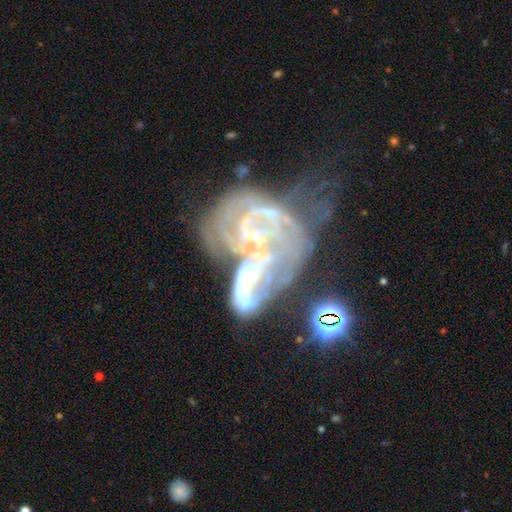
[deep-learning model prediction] A featured or disk galaxy (73%) with no bar (62%), spiral arms (64%) and a small central bulge (53%).

Vote fractions:
- Smooth or featured? featured or disk: 73% / star or artifact: 17% / smooth: 11%
- Edge-on disk? no: 97% / yes: 3%
- Bar? no: 62% / weak: 26% / strong: 13%
- Spiral arms? yes: 64% / no: 36%
- Bulge size? small: 53% / moderate: 26% / none: 16% / large: 3% / dominant: 2%
- Merging? merger: 55% / major disturbance: 21% / none: 13% / minor disturbance: 10%